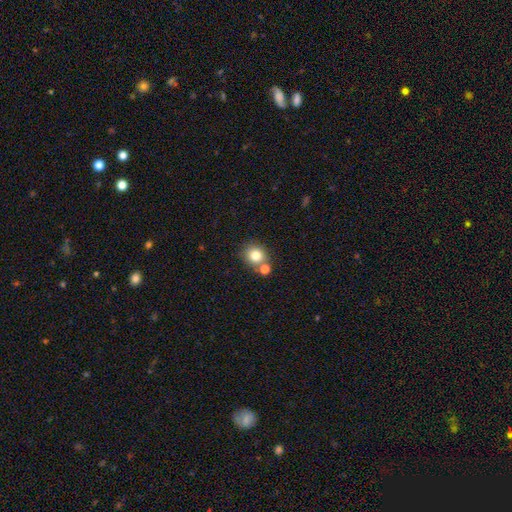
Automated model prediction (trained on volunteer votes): Smooth or featured?
  - smooth: 80% *
  - star or artifact: 11%
  - featured or disk: 9%
How rounded?
  - round: 80% *
  - in between: 19%
  - cigar-shaped: 1%
Merging?
  - none: 65% *
  - merger: 23%
  - minor disturbance: 9%
  - major disturbance: 3%